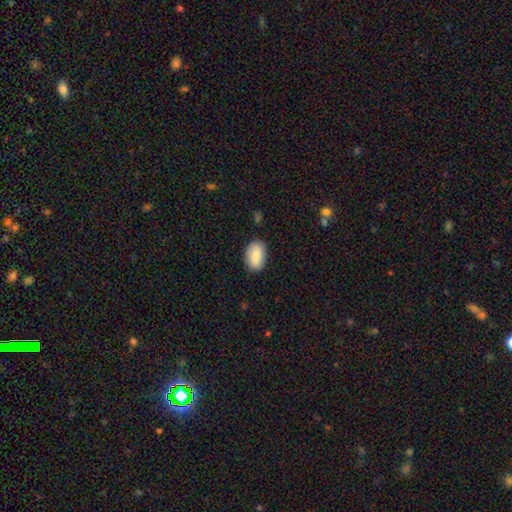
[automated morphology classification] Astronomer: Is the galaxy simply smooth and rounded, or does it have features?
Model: smooth — 84%.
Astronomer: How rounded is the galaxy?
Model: in between — 91%.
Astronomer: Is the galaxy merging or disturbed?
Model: none — 84%.